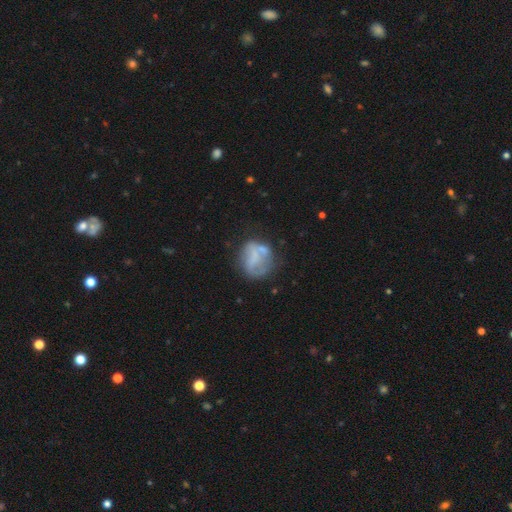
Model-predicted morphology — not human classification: This is possibly a featured or disk galaxy (46%). Merging: marginally none (45%).